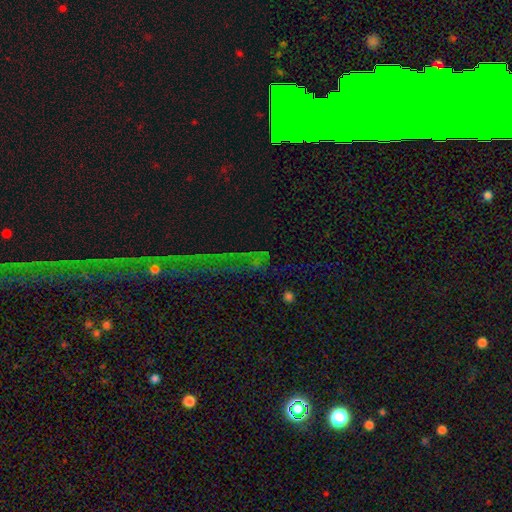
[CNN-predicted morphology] smooth_or_featured: star or artifact (p=0.72) [alt: featured or disk p=0.15]